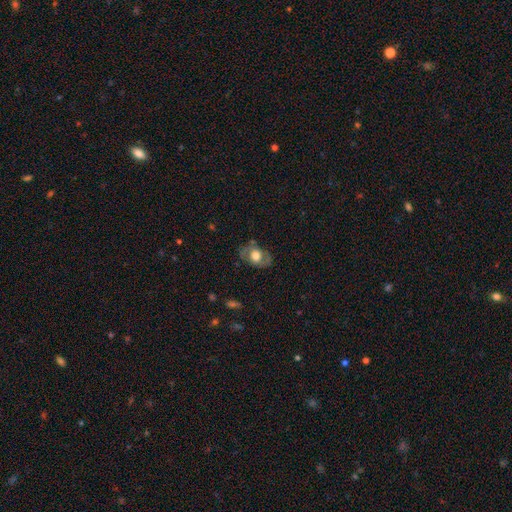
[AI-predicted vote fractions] This is possibly a featured or disk galaxy (48%). Merging: likely none (72%).